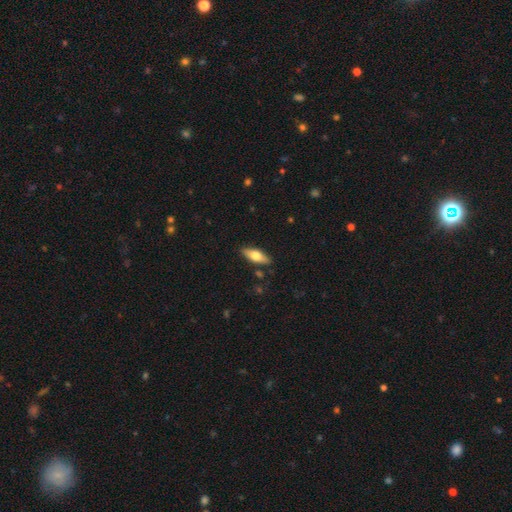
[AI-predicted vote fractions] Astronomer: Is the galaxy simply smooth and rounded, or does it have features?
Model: smooth — 61%.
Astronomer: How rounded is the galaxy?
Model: in between — 65%.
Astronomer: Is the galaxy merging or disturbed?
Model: none — 86%.